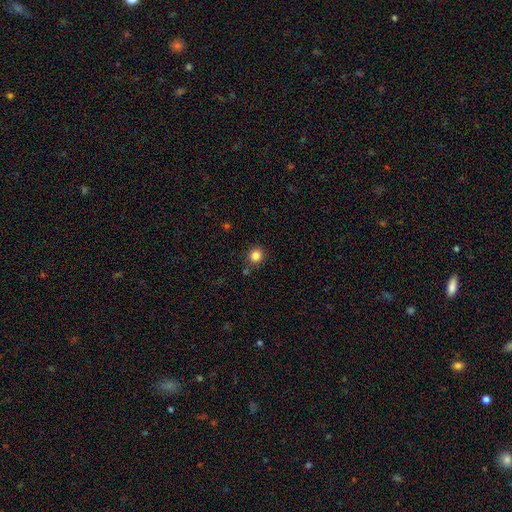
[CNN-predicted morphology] Smooth or featured?
  - smooth: 84% *
  - star or artifact: 11%
  - featured or disk: 4%
How rounded?
  - round: 89% *
  - in between: 10%
  - cigar-shaped: 1%
Merging?
  - none: 84% *
  - minor disturbance: 9%
  - merger: 4%
  - major disturbance: 3%